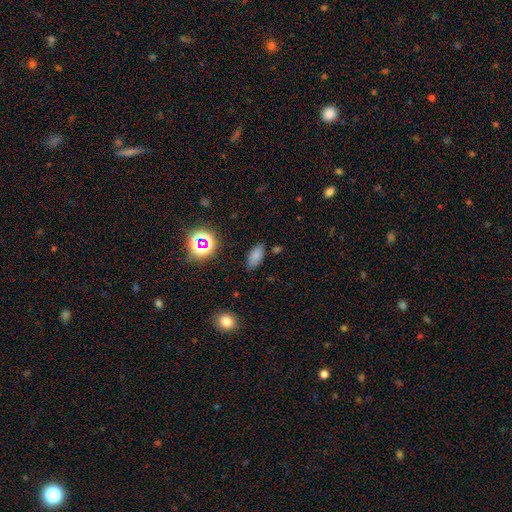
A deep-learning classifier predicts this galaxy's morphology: Smooth or featured: smooth — 76% (star or artifact — 17%)
How rounded: in between — 90% (cigar-shaped — 5%)
Merging: none — 80% (minor disturbance — 14%)